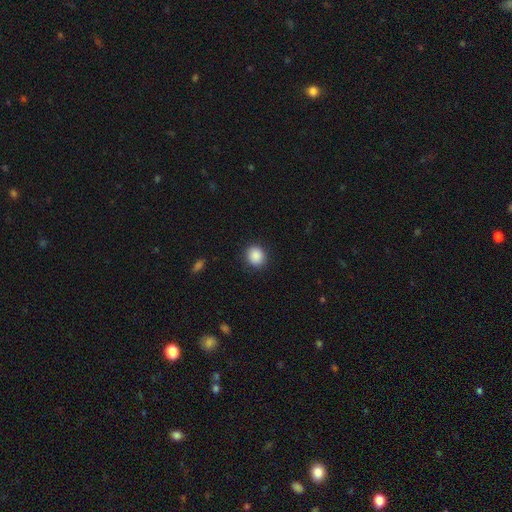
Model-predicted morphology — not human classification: This appears to be a smooth galaxy with no disk features (89%) that is round (82%). Merging: none (90%).